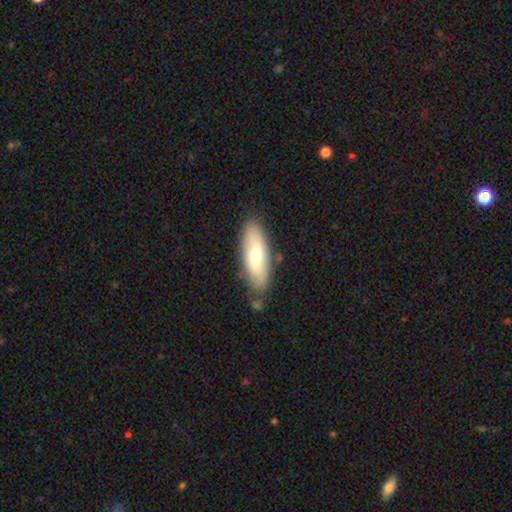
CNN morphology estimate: A smooth galaxy with no disk features (62%) that is in between round and cigar-shaped (65%).

Vote fractions:
- Smooth or featured? smooth: 62% / featured or disk: 33% / star or artifact: 6%
- How rounded? in between: 65% / cigar-shaped: 33% / round: 2%
- Merging? none: 77% / minor disturbance: 15% / merger: 4% / major disturbance: 3%